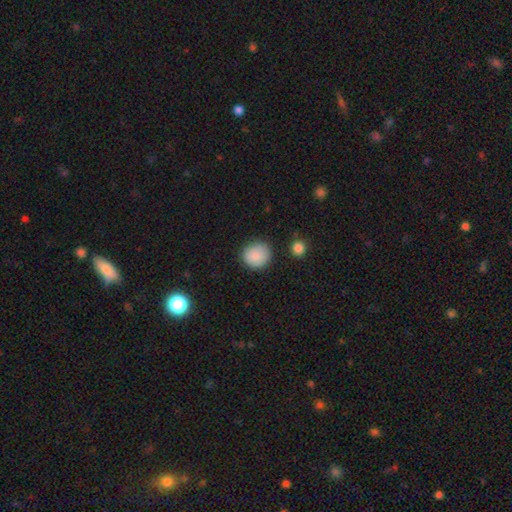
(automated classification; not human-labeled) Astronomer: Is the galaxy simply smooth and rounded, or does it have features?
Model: smooth — 87%.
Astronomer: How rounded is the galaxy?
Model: round — 89%.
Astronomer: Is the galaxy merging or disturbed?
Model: none — 84%.